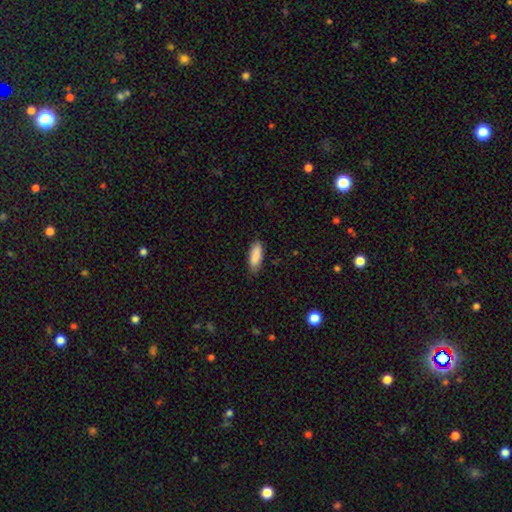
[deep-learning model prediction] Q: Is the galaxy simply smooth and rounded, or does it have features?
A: smooth — 89%.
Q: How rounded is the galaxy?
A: in between — 68%.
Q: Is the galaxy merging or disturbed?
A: none — 81%.